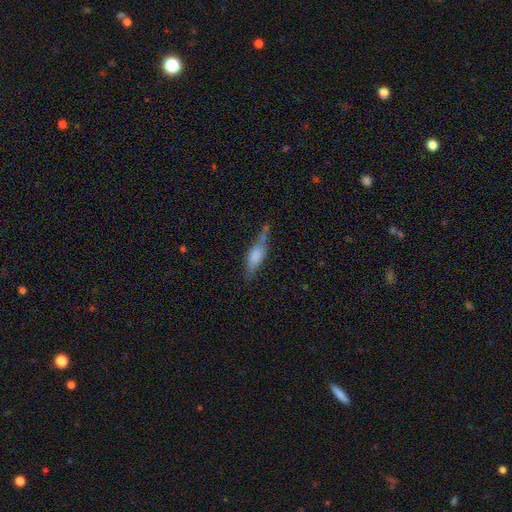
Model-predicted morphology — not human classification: Smooth or featured? Predicted: smooth (p=0.62). How rounded? Predicted: cigar-shaped (p=0.50). Merging? Predicted: none (p=0.53).